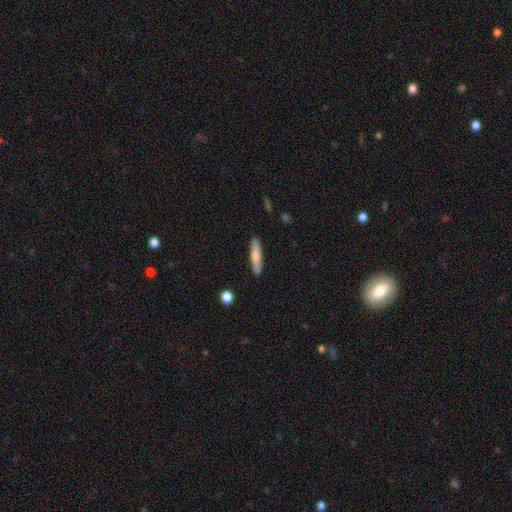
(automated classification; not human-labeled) A smooth galaxy with no disk features (76%) that is cigar-shaped (85%).

Vote fractions:
- Smooth or featured? smooth: 76% / featured or disk: 18% / star or artifact: 6%
- How rounded? cigar-shaped: 85% / in between: 14% / round: 1%
- Merging? none: 89% / minor disturbance: 8% / major disturbance: 2% / merger: 1%